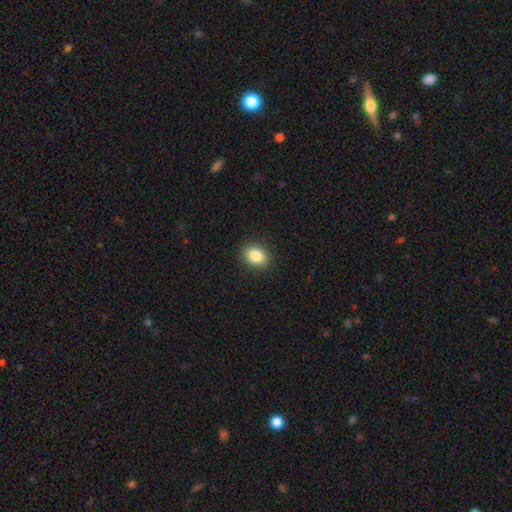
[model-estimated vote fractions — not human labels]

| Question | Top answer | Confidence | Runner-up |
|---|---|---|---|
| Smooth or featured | smooth | 86% | star or artifact (9%) |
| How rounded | in between | 60% | round (39%) |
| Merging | none | 90% | minor disturbance (7%) |